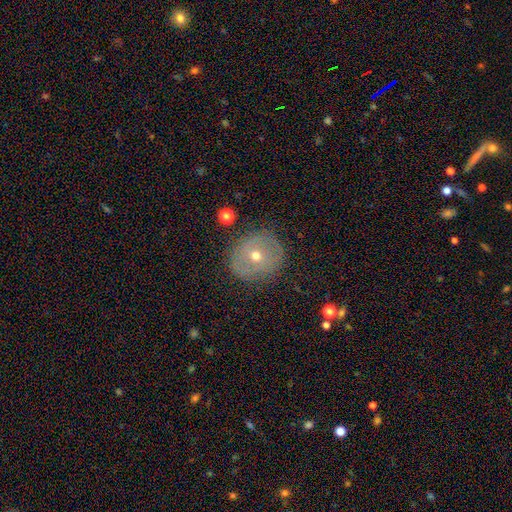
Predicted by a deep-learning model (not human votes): Smooth or featured: featured or disk — 46% (smooth — 42%)
Merging: none — 83% (minor disturbance — 12%)